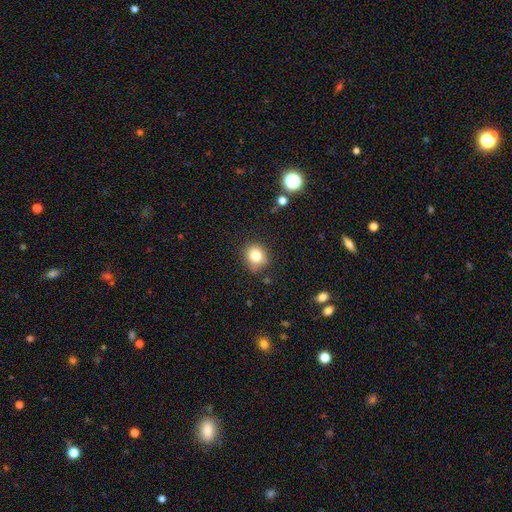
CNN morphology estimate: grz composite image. It shows a smooth galaxy with no disk features (80%) that is round (76%). Merging: none (80%).